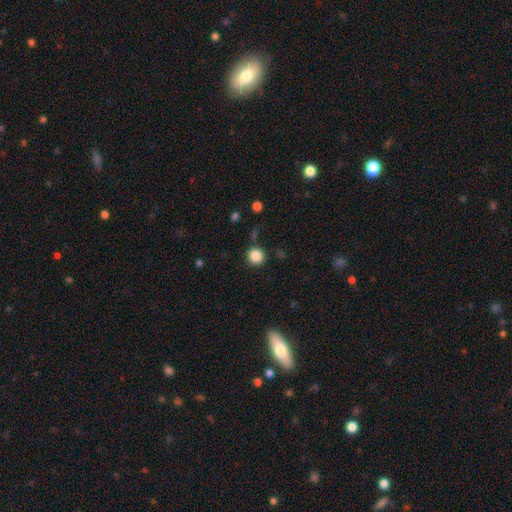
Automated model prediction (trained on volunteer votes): smooth_or_featured: smooth (p=0.86) [alt: star or artifact p=0.10]
how_rounded: round (p=0.93) [alt: in between p=0.06]
merging: none (p=0.85) [alt: minor disturbance p=0.08]